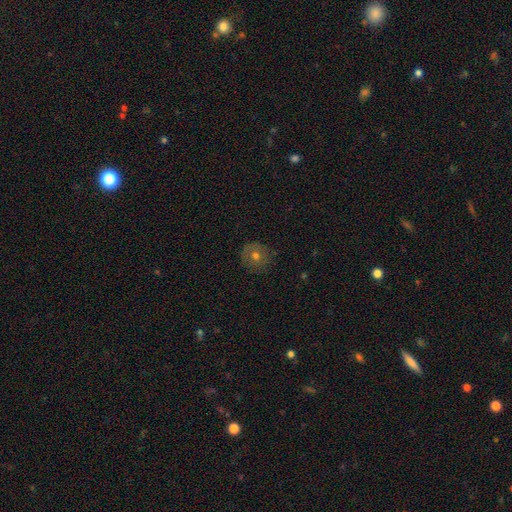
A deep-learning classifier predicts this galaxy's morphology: A smooth galaxy with no disk features (54%) that is round (90%).

Vote fractions:
- Smooth or featured? smooth: 54% / featured or disk: 33% / star or artifact: 13%
- How rounded? round: 90% / in between: 9% / cigar-shaped: 1%
- Merging? none: 82% / minor disturbance: 13% / major disturbance: 4% / merger: 1%